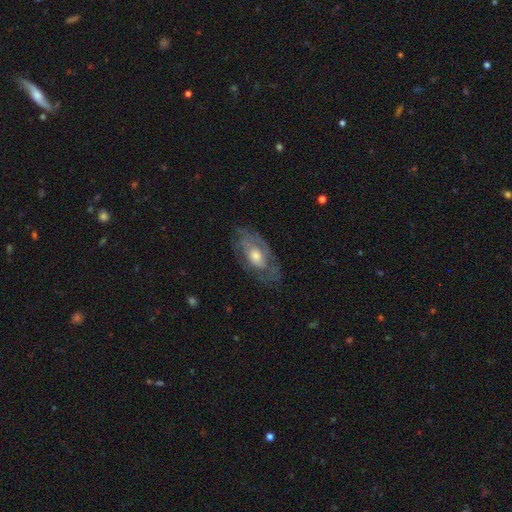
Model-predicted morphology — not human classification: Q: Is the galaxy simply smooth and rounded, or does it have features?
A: featured or disk — 65%.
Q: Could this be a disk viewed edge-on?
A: no — 90%.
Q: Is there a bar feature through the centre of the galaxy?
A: no — 79%.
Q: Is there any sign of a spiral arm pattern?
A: yes — 56%.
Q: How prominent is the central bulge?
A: moderate — 62%.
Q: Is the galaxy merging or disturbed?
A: none — 61%.